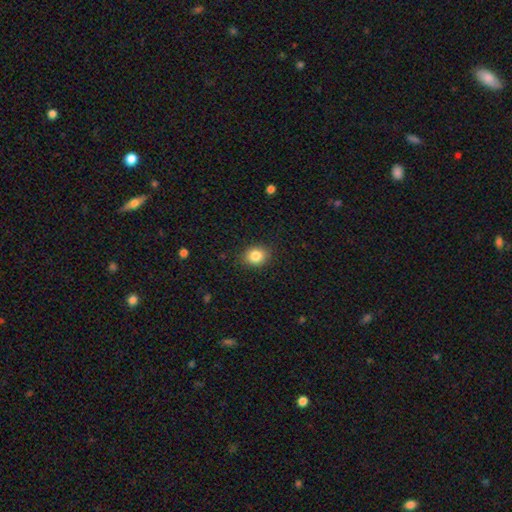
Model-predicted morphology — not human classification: Smooth or featured? Predicted: smooth (p=0.85). How rounded? Predicted: round (p=0.55). Merging? Predicted: none (p=0.87).